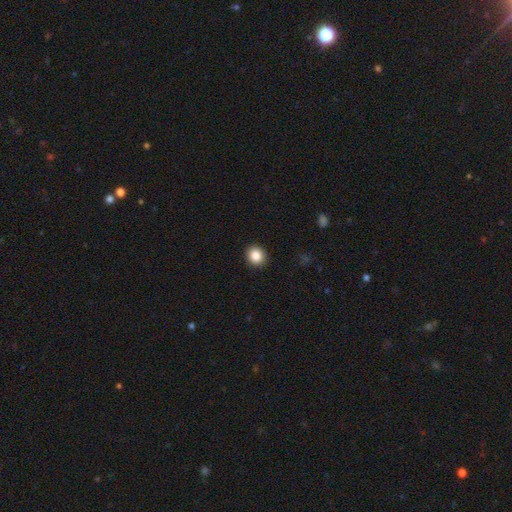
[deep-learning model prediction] Smooth or featured? smooth (86%)
How rounded? round (81%)
Merging? none (92%)